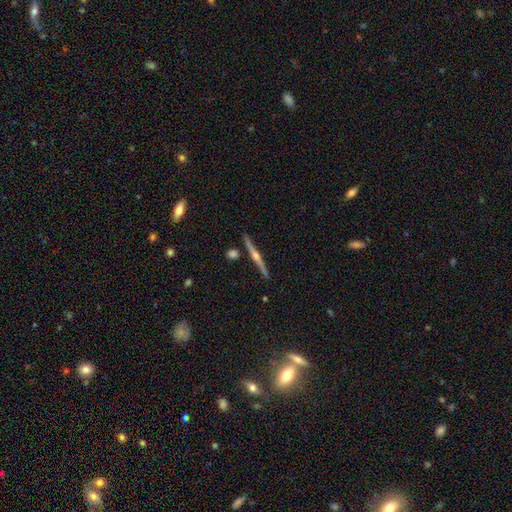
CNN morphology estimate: Smooth or featured? Predicted: featured or disk (p=0.84). Edge-on disk? Predicted: yes (p=0.98). Edge-on bulge? Predicted: rounded (p=0.92). Merging? Predicted: none (p=0.89).